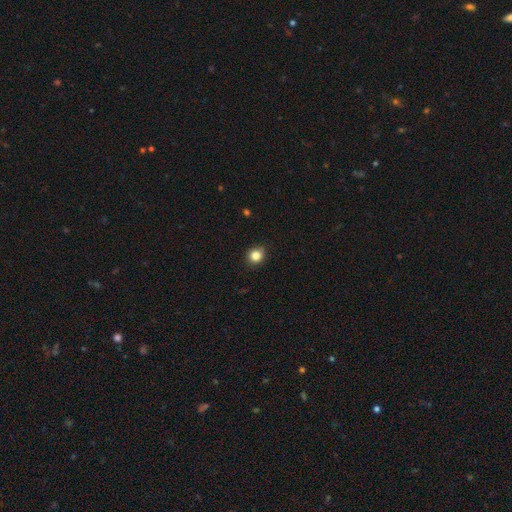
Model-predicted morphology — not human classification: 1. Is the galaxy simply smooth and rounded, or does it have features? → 84% smooth, 11% star or artifact, 5% featured or disk.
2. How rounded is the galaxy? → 82% round, 17% in between, 1% cigar-shaped.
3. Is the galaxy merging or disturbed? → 88% none, 9% minor disturbance, 2% major disturbance, 1% merger.